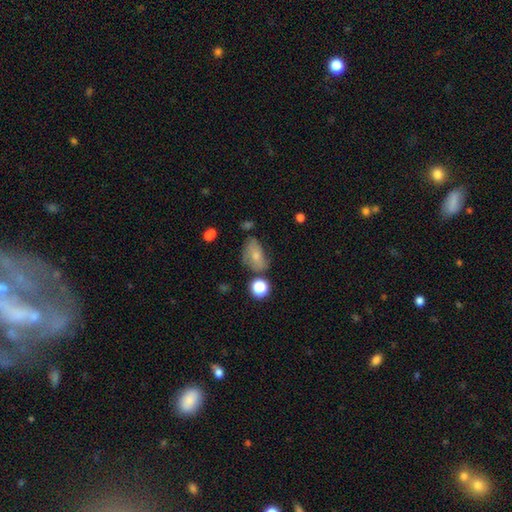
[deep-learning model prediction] This is likely a smooth galaxy (64%). How rounded: clearly in between (80%). Merging: possibly none (46%).